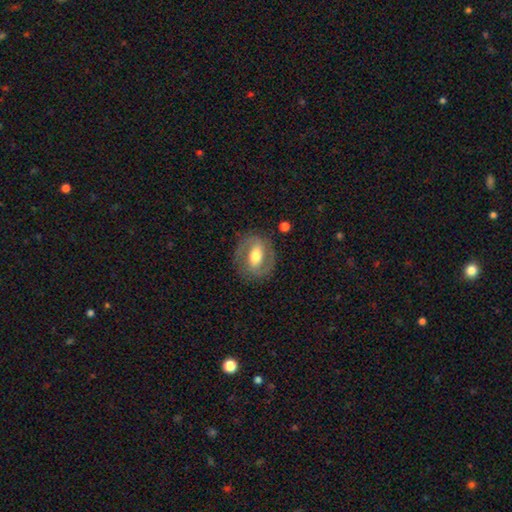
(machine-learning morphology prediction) Q: Smooth or featured?
A: featured or disk (71%); runner-up: smooth (23%)
Q: Edge-on disk?
A: no (95%); runner-up: yes (5%)
Q: Bar?
A: strong (44%); runner-up: weak (35%)
Q: Spiral arms?
A: yes (76%); runner-up: no (24%)
Q: Spiral winding?
A: medium (47%); runner-up: tight (37%)
Q: Spiral arm count?
A: 2 (86%); runner-up: can't tell (7%)
Q: Bulge size?
A: moderate (65%); runner-up: large (20%)
Q: Merging?
A: none (80%); runner-up: minor disturbance (12%)